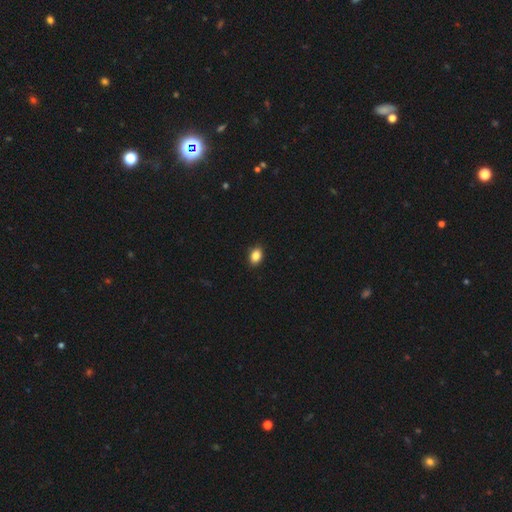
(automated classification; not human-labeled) smooth 87%, star or artifact 9%, featured or disk 5%. Down the decision tree: how rounded — in between (80%); merging — none (90%).